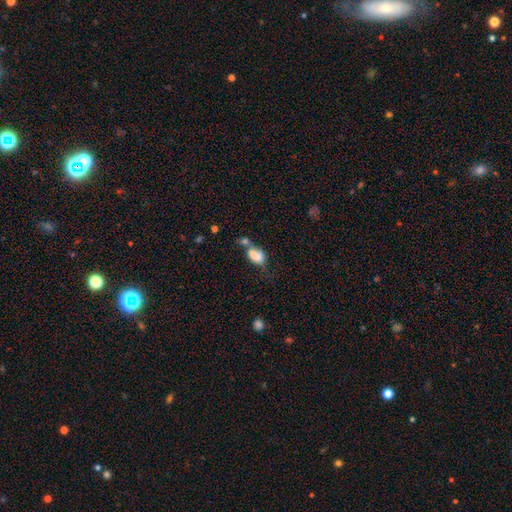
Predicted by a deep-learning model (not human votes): smooth-or-featured: smooth: 77% | featured or disk: 14% | star or artifact: 9%
  how-rounded: in between: 82% | round: 15% | cigar-shaped: 2%
  merging: merger: 49% | none: 24% | minor disturbance: 16% | major disturbance: 12%